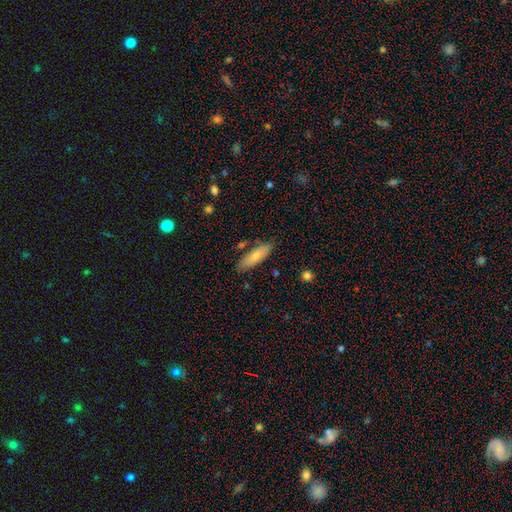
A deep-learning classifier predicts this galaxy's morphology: Smooth or featured?
  - smooth: 77% *
  - featured or disk: 17%
  - star or artifact: 6%
How rounded?
  - in between: 57% *
  - cigar-shaped: 41%
  - round: 2%
Merging?
  - none: 78% *
  - minor disturbance: 14%
  - merger: 4%
  - major disturbance: 3%